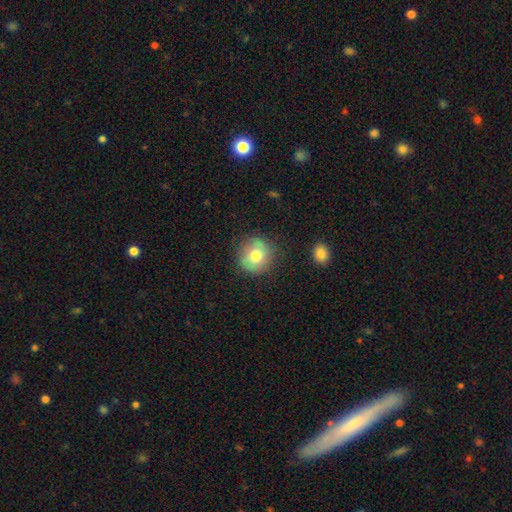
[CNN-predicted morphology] type=smooth (77%); roundness=round (92%); merging=none (84%).